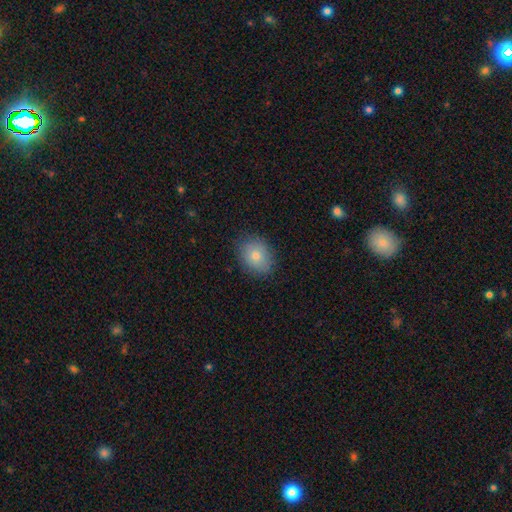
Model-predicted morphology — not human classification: This appears to be a smooth galaxy with no disk features (79%) that is in between round and cigar-shaped (51%). Merging: none (86%).